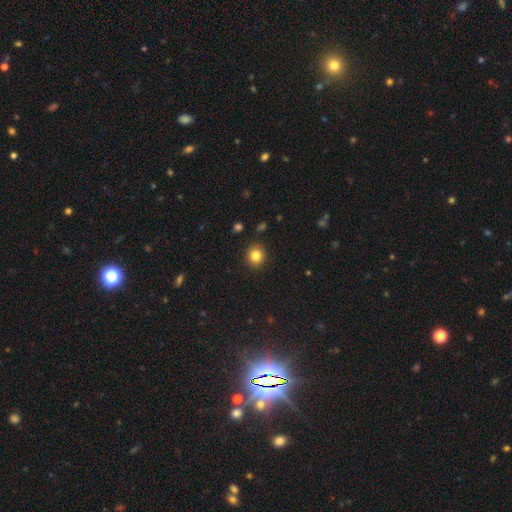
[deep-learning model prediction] Overall: smooth (83%). How rounded: round (82%). Merging: none (91%).